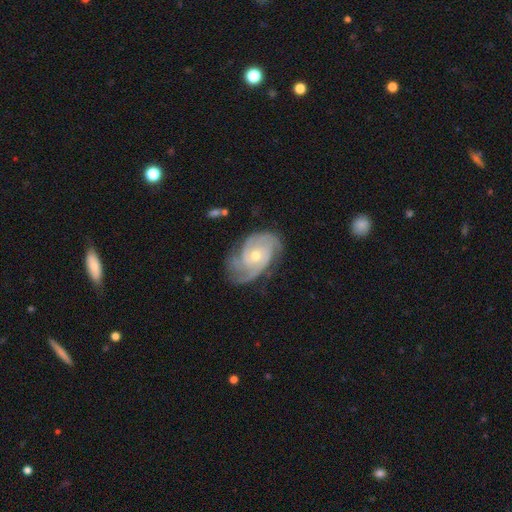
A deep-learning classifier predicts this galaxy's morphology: smooth_or_featured: featured or disk (p=0.90) [alt: smooth p=0.06]
disk_edge_on: no (p=0.97) [alt: yes p=0.03]
bar: no (p=0.71) [alt: weak p=0.24]
has_spiral_arms: yes (p=0.98) [alt: no p=0.02]
spiral_winding: tight (p=0.56) [alt: medium p=0.36]
spiral_arm_count: 3 (p=0.47) [alt: 2 p=0.23]
bulge_size: moderate (p=0.51) [alt: small p=0.46]
merging: none (p=0.70) [alt: minor disturbance p=0.22]